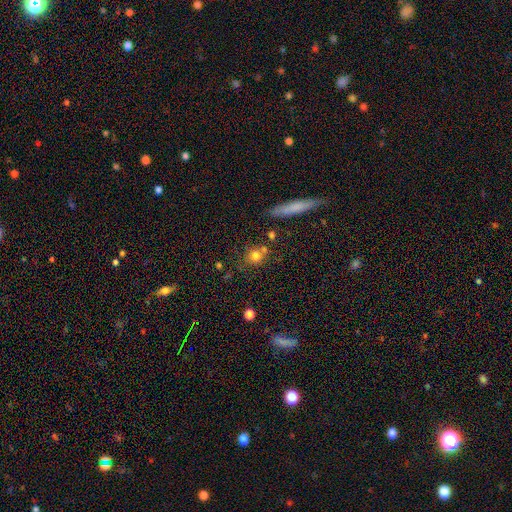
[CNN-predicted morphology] Smooth or featured: smooth — 73% (star or artifact — 14%)
How rounded: round — 82% (in between — 15%)
Merging: none — 61% (merger — 20%)